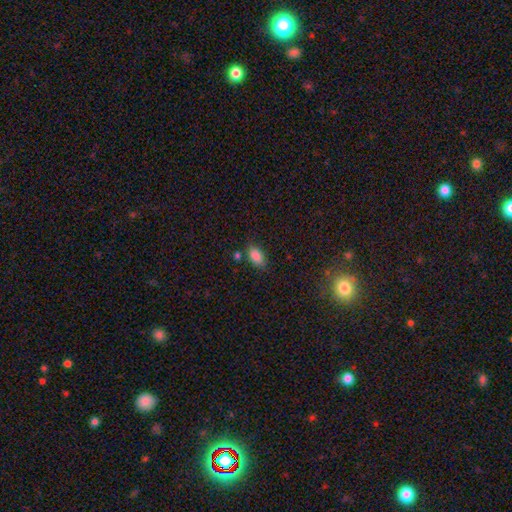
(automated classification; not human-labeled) smooth 85%, star or artifact 9%, featured or disk 5%. Down the decision tree: how rounded — in between (90%); merging — none (72%).